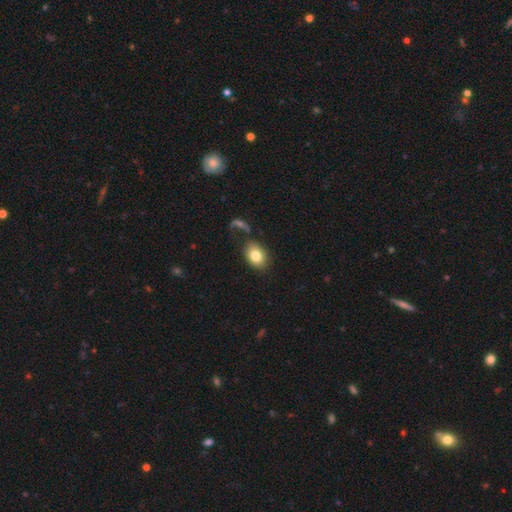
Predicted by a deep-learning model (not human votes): Smooth or featured?
  - smooth: 81% *
  - featured or disk: 11%
  - star or artifact: 8%
How rounded?
  - in between: 70% *
  - round: 28%
  - cigar-shaped: 1%
Merging?
  - none: 65% *
  - minor disturbance: 16%
  - major disturbance: 10%
  - merger: 9%